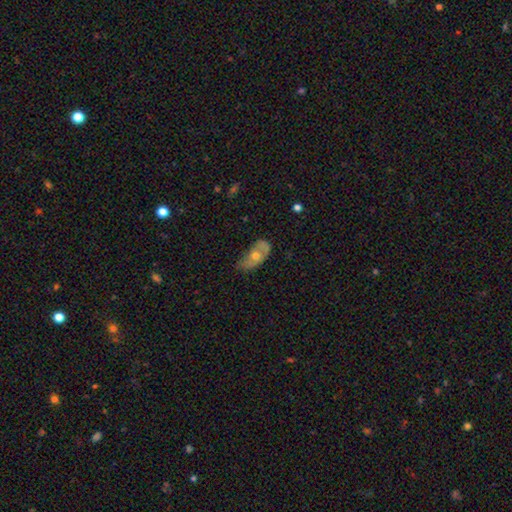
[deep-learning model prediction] Smooth or featured: smooth — 50% (featured or disk — 43%)
Merging: minor disturbance — 39% (none — 33%)